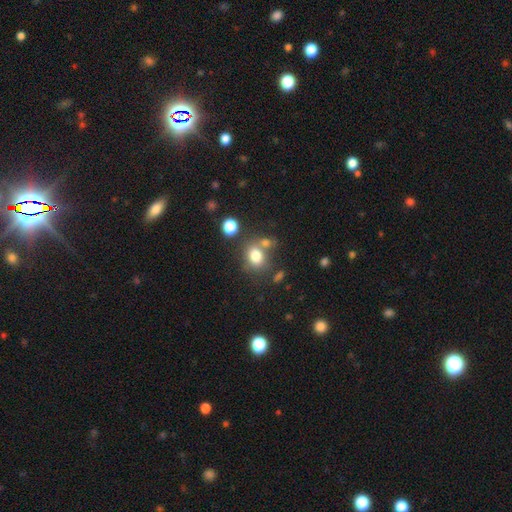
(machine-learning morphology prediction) smooth-or-featured: smooth: 78% | star or artifact: 12% | featured or disk: 10%
  how-rounded: in between: 51% | round: 48% | cigar-shaped: 1%
  merging: none: 57% | merger: 23% | minor disturbance: 14% | major disturbance: 6%